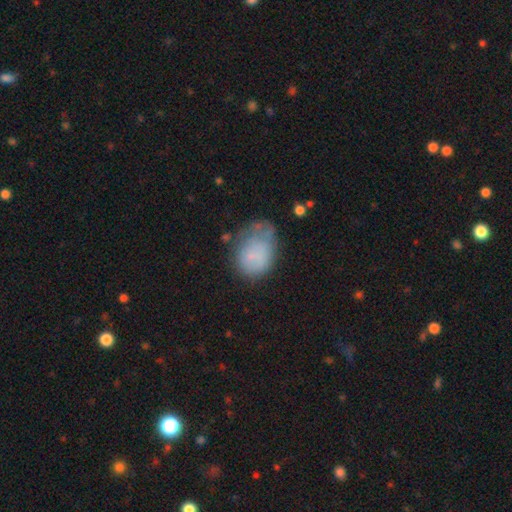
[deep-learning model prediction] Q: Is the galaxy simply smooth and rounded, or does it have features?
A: smooth — 70%.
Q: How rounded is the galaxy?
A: in between — 61%.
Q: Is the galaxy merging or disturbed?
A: none — 37%.